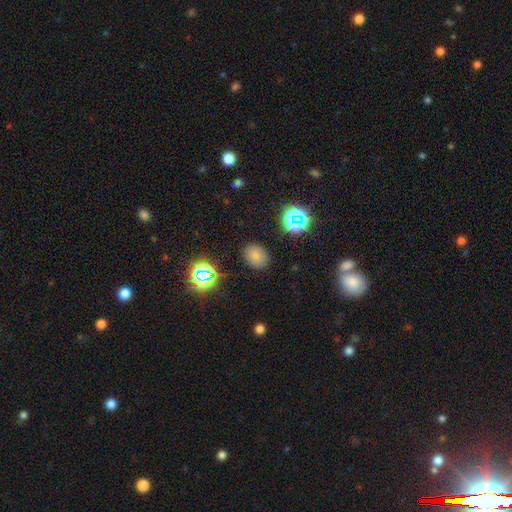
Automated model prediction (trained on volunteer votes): The model was most divided on "how rounded": round: 51%, in between: 48%, cigar-shaped: 1%. More confident: merging — none (86%); smooth or featured — smooth (74%).